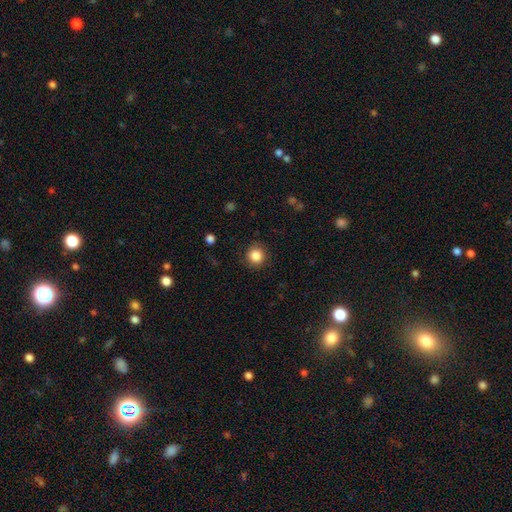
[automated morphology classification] Smooth or featured: smooth — 85% (star or artifact — 10%)
How rounded: round — 92% (in between — 7%)
Merging: none — 88% (minor disturbance — 8%)